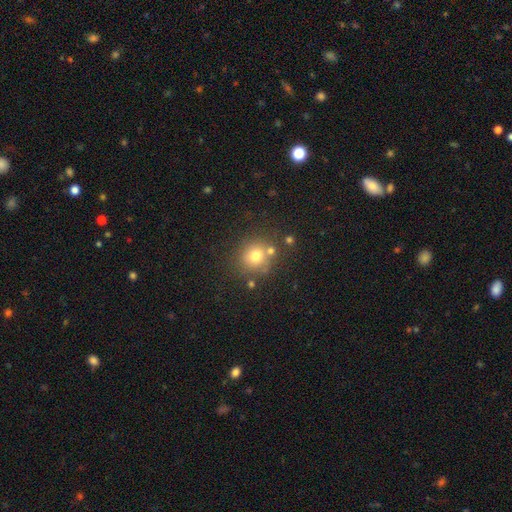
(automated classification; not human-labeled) Smooth or featured: smooth — 72% (star or artifact — 15%)
How rounded: round — 89% (in between — 10%)
Merging: none — 70% (merger — 14%)